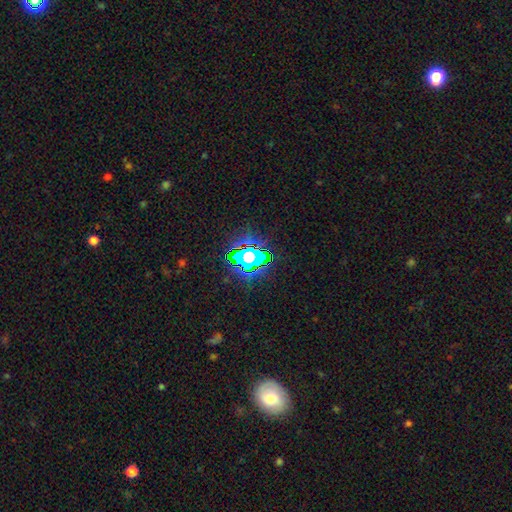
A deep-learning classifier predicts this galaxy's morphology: This appears to be a star or artifact, not a galaxy (75%).